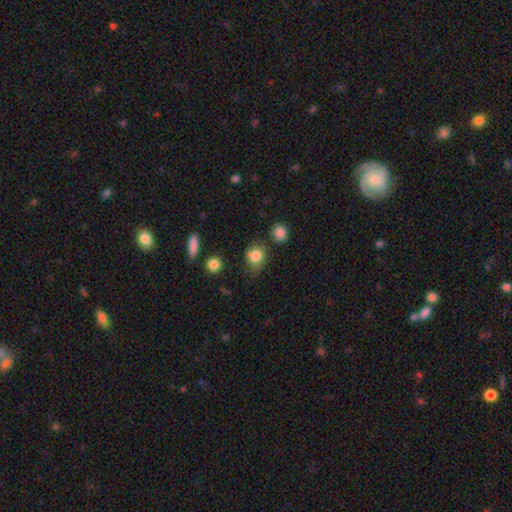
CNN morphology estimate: Smooth or featured? smooth (82%)
How rounded? round (62%)
Merging? none (56%)